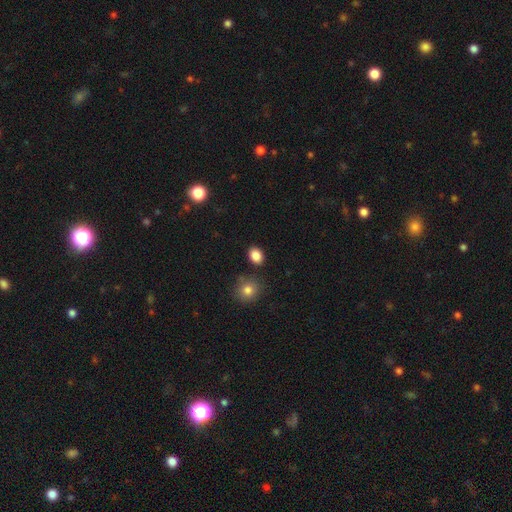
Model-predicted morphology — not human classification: Smooth or featured? Predicted: smooth (p=0.87). How rounded? Predicted: in between (p=0.65). Merging? Predicted: none (p=0.85).